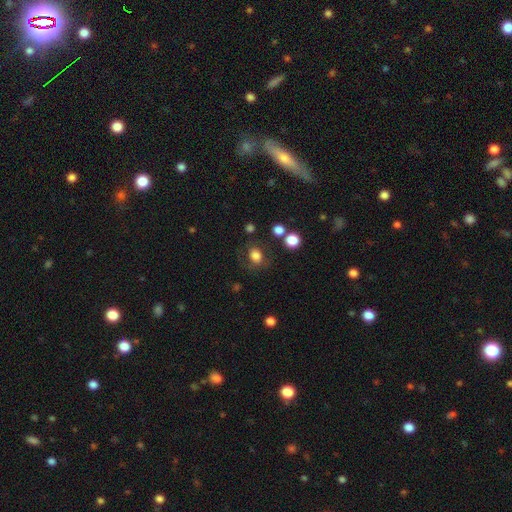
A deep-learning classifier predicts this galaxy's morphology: This appears to be a smooth galaxy with no disk features (79%) that is round (60%). Merging: none (71%).